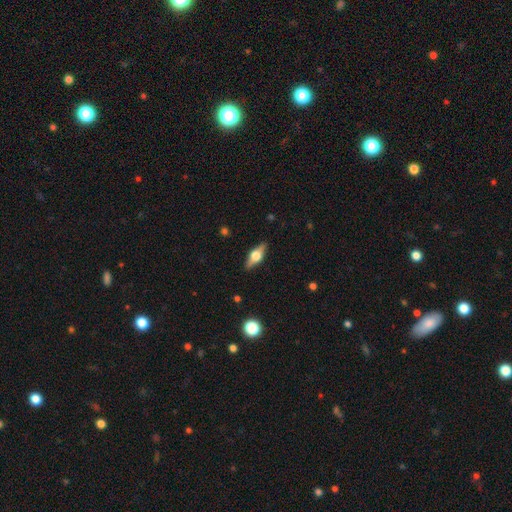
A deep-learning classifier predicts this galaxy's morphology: This appears to be a featured or disk galaxy (60%) viewed edge-on (94%) with a rounded central bulge (93%). Merging: none (88%).